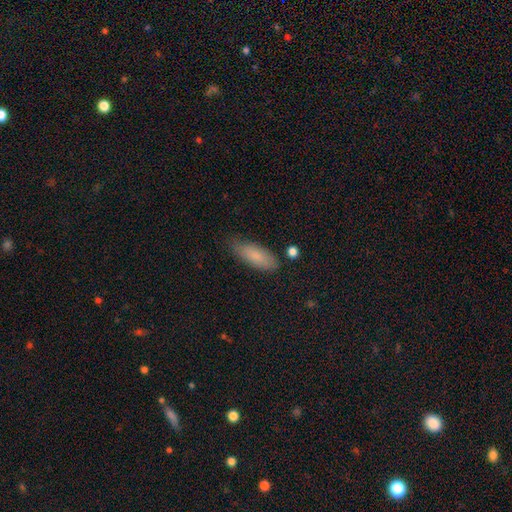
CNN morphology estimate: Smooth or featured: smooth — 82% (featured or disk — 11%)
How rounded: in between — 68% (cigar-shaped — 30%)
Merging: none — 75% (minor disturbance — 19%)